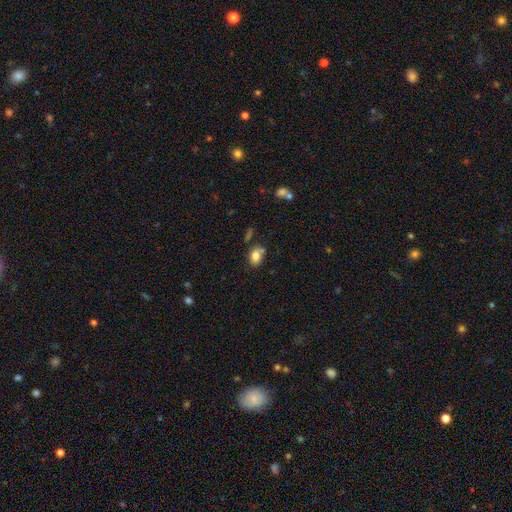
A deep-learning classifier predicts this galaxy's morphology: A smooth galaxy with no disk features (81%) that is in between round and cigar-shaped (73%). Merging: none (60%).